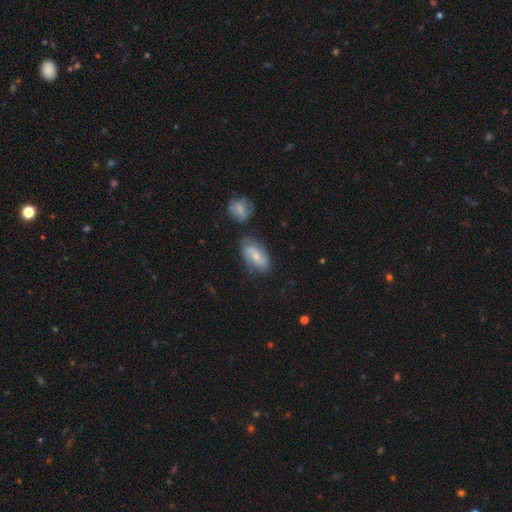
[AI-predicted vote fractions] Smooth or featured? featured or disk (56%)
Edge-on disk? no (93%)
Bar? no (43%)
Spiral arms? yes (85%)
Bulge size? small (55%)
Merging? none (60%)